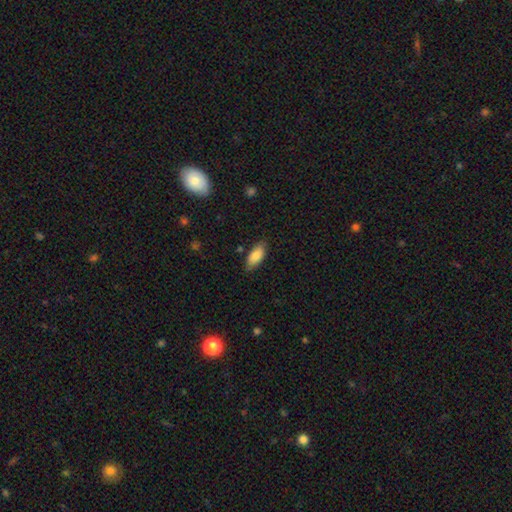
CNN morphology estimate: Smooth or featured: smooth — 84% (featured or disk — 9%)
How rounded: in between — 87% (cigar-shaped — 11%)
Merging: none — 80% (minor disturbance — 15%)